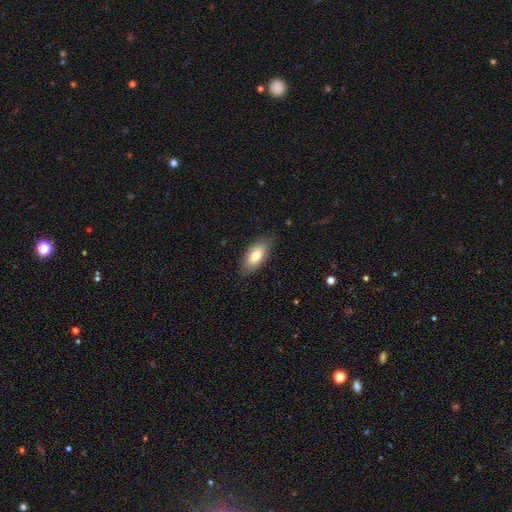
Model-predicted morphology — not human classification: Smooth or featured?
  - smooth: 77% *
  - featured or disk: 17%
  - star or artifact: 7%
How rounded?
  - in between: 87% *
  - cigar-shaped: 10%
  - round: 3%
Merging?
  - none: 82% *
  - minor disturbance: 14%
  - major disturbance: 3%
  - merger: 1%